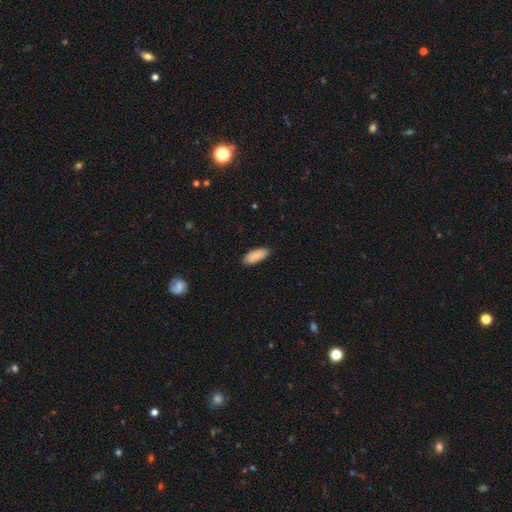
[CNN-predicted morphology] smooth-or-featured: smooth: 89% | star or artifact: 6% | featured or disk: 5%
  how-rounded: in between: 80% | cigar-shaped: 18% | round: 2%
  merging: none: 87% | minor disturbance: 10% | major disturbance: 2% | merger: 1%